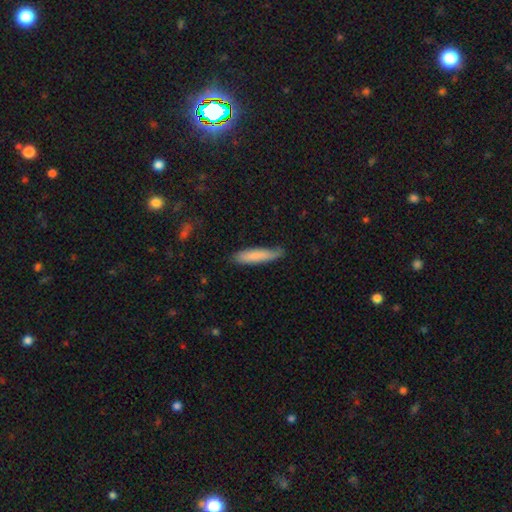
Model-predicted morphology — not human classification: smooth-or-featured: smooth: 80% | featured or disk: 14% | star or artifact: 6%
  how-rounded: cigar-shaped: 84% | in between: 14% | round: 1%
  merging: none: 74% | minor disturbance: 21% | major disturbance: 4% | merger: 2%